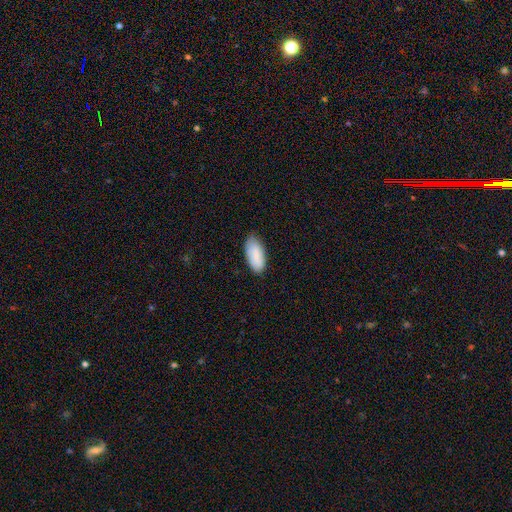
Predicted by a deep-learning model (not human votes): This appears to be a smooth galaxy with no disk features (87%) that is in between round and cigar-shaped (92%). Merging: none (78%).